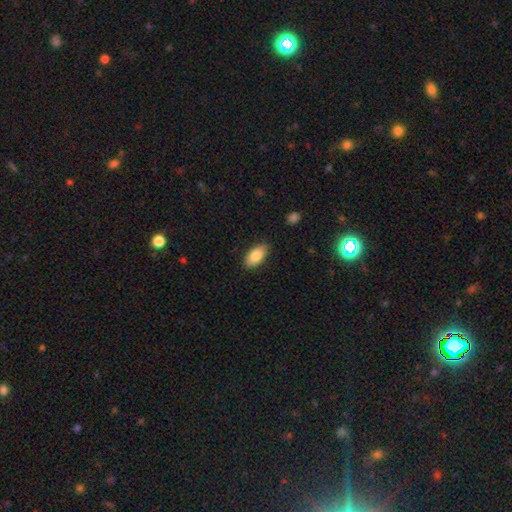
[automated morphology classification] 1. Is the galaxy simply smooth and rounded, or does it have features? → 86% smooth, 7% featured or disk, 7% star or artifact.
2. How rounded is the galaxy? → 93% in between, 4% cigar-shaped, 3% round.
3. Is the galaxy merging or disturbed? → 85% none, 12% minor disturbance, 2% major disturbance, 1% merger.